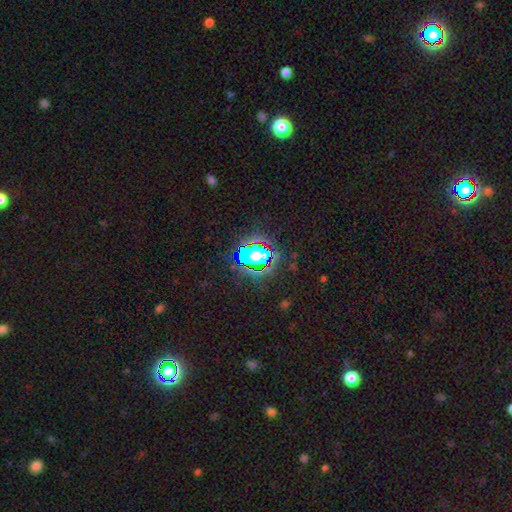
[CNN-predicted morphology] Smooth or featured? star or artifact (59%)